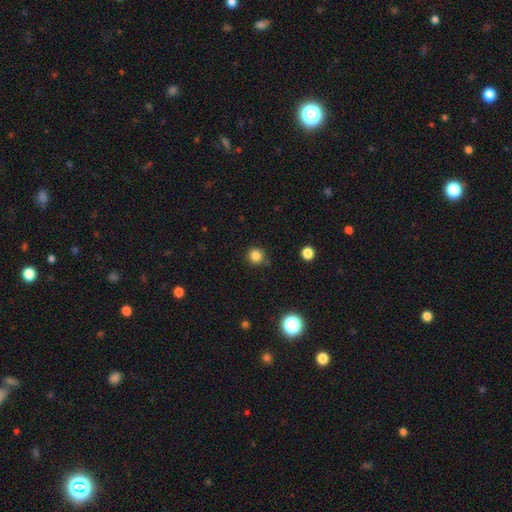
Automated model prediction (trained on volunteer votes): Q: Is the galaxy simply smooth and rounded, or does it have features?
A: smooth — 84%.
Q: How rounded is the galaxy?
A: round — 93%.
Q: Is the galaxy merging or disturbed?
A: none — 86%.